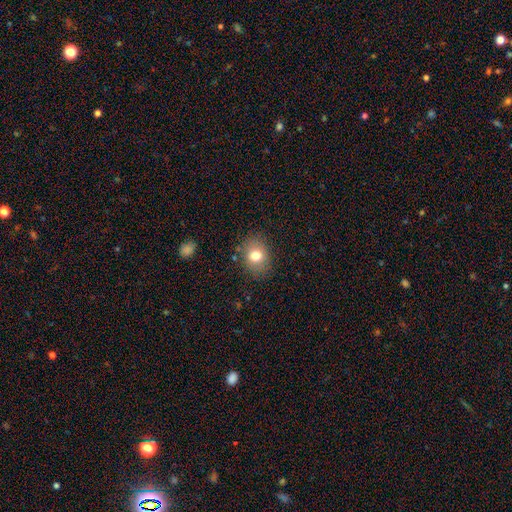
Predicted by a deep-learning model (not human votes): Morphology: type=smooth (77%); roundness=round (55%); merging=none (81%).